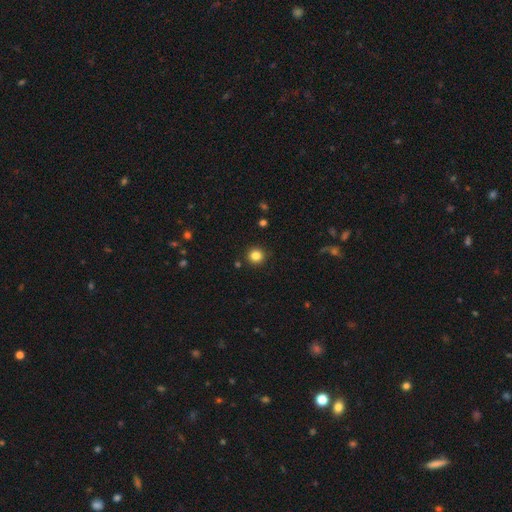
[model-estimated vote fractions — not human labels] smooth 84%, star or artifact 12%, featured or disk 4%. Down the decision tree: how rounded — round (94%); merging — none (92%).